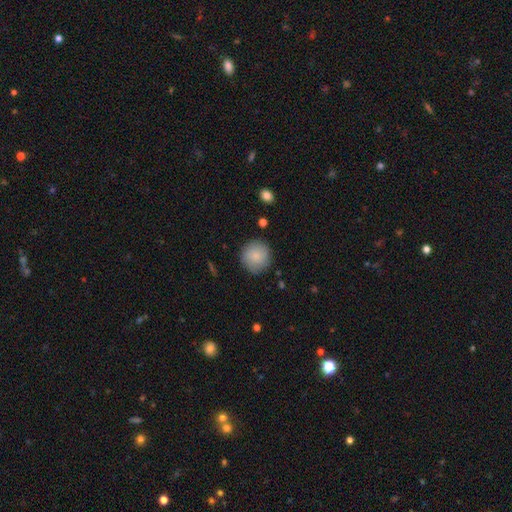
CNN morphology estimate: This appears to be a smooth galaxy with no disk features (83%) that is round (94%). Merging: none (86%).